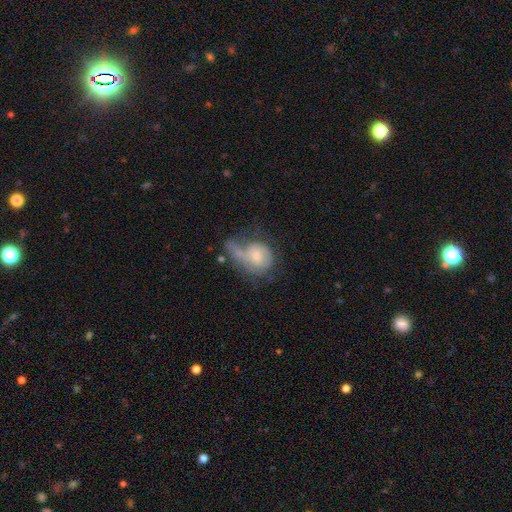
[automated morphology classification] A featured or disk galaxy (50%). Merging: major disturbance (40%).